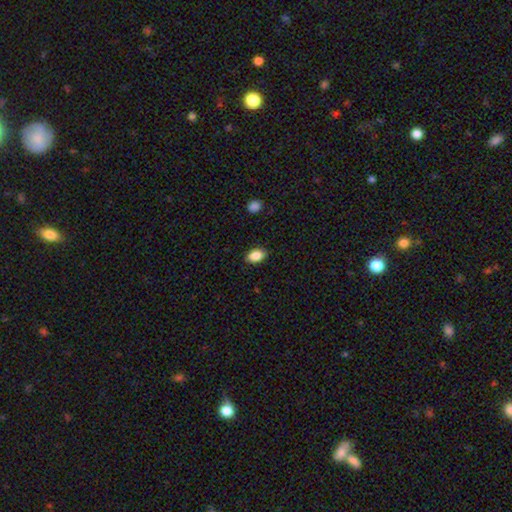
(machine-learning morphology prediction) smooth 88%, star or artifact 8%, featured or disk 5%. Down the decision tree: how rounded — in between (88%); merging — none (87%).